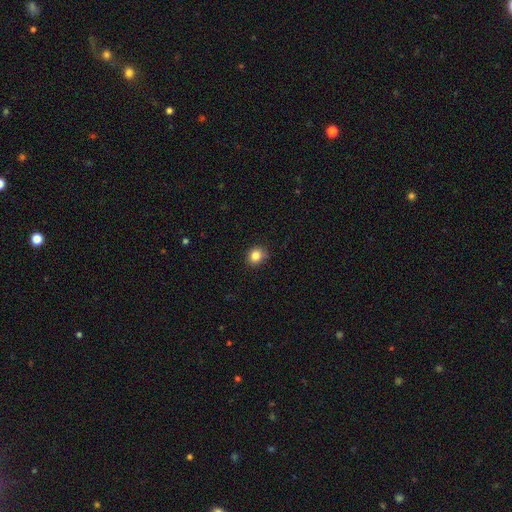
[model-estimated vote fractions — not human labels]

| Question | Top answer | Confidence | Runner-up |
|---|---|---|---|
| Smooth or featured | smooth | 84% | star or artifact (10%) |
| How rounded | round | 76% | in between (23%) |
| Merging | none | 84% | minor disturbance (13%) |